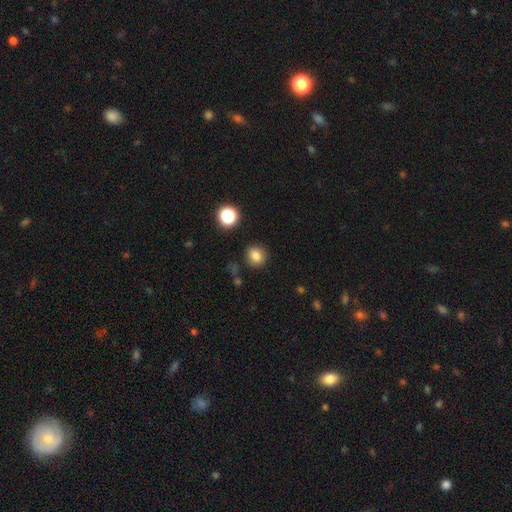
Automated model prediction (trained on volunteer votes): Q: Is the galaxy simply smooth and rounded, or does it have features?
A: smooth — 82%.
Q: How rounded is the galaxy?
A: round — 76%.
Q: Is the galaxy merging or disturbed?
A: none — 86%.